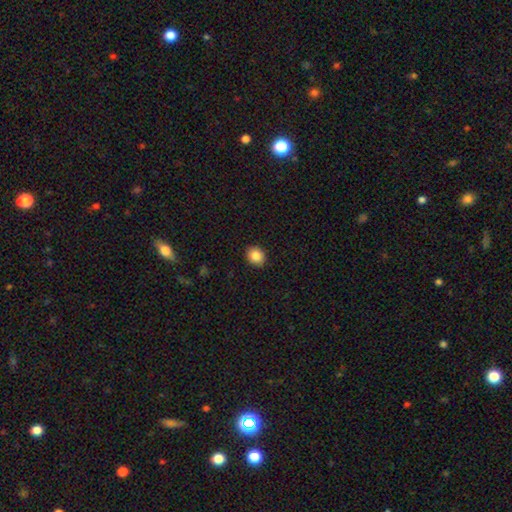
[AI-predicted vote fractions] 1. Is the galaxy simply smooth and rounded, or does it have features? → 85% smooth, 9% star or artifact, 6% featured or disk.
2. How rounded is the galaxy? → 64% round, 35% in between, 1% cigar-shaped.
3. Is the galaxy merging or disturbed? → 91% none, 6% minor disturbance, 2% major disturbance, 1% merger.